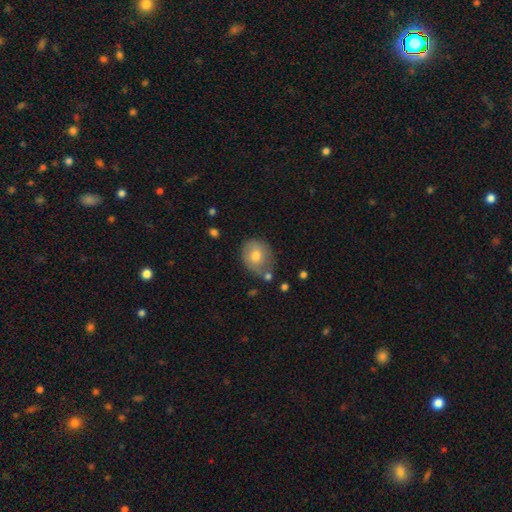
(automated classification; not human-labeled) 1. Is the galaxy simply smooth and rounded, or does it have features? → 73% smooth, 19% featured or disk, 8% star or artifact.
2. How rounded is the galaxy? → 55% round, 44% in between, 1% cigar-shaped.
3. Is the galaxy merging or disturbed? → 64% none, 22% minor disturbance, 8% merger, 6% major disturbance.